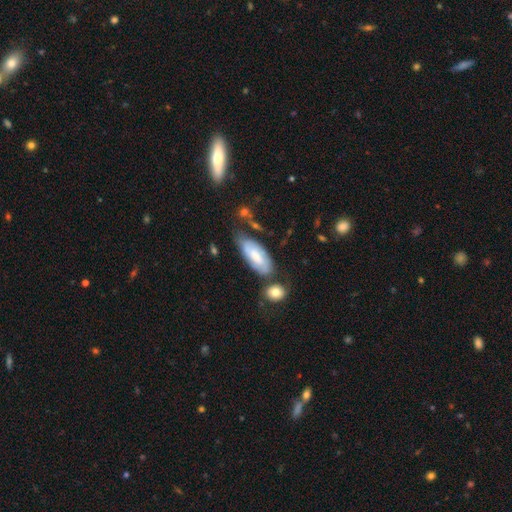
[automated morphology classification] A smooth galaxy with no disk features (52%) that is in between round and cigar-shaped (82%).

Vote fractions:
- Smooth or featured? smooth: 52% / featured or disk: 41% / star or artifact: 7%
- How rounded? in between: 82% / cigar-shaped: 16% / round: 2%
- Merging? none: 56% / minor disturbance: 24% / merger: 11% / major disturbance: 9%